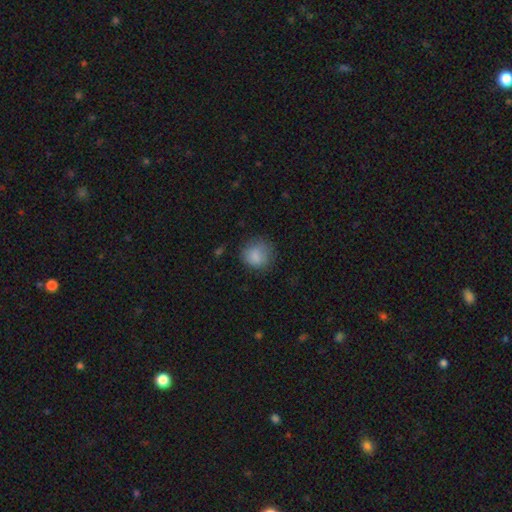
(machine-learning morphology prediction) smooth 84%, star or artifact 9%, featured or disk 7%. Down the decision tree: how rounded — round (82%); merging — none (73%).